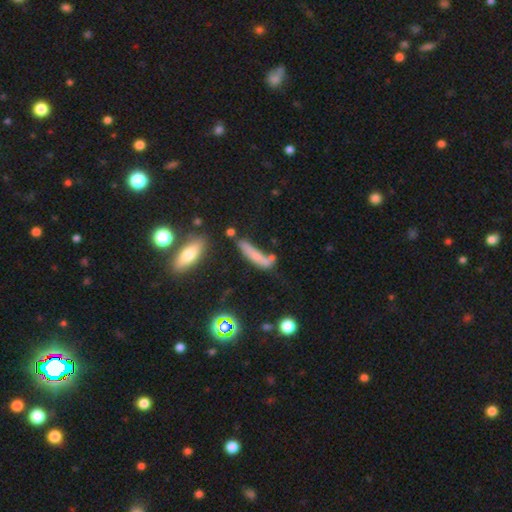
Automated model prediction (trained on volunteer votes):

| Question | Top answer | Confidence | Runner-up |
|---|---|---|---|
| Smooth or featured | smooth | 60% | featured or disk (26%) |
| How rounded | cigar-shaped | 79% | in between (18%) |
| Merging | none | 46% | merger (22%) |